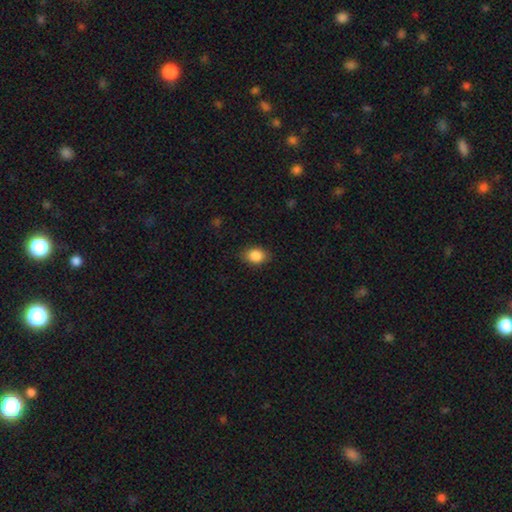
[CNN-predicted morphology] Overall: smooth (87%). How rounded: in between (71%). Merging: none (84%).